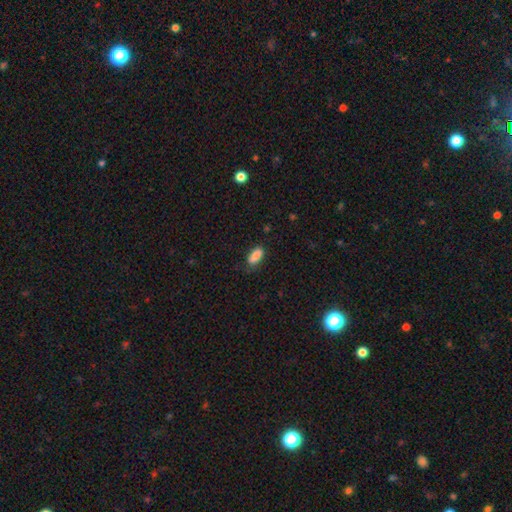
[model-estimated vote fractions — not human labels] This appears to be a smooth galaxy with no disk features (85%) that is in between round and cigar-shaped (84%). Merging: none (67%).